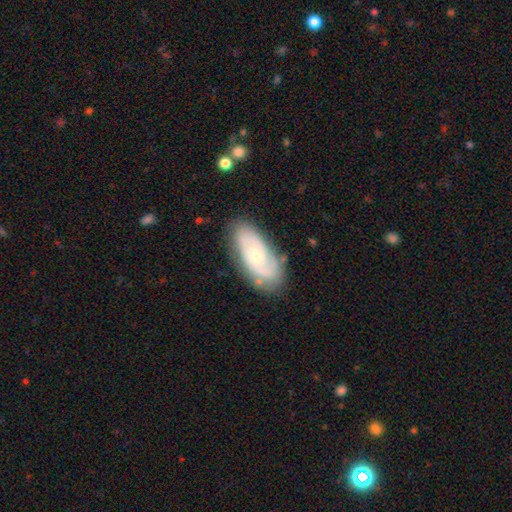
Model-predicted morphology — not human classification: Smooth or featured: featured or disk — 70% (smooth — 24%)
Edge-on disk: no — 94% (yes — 6%)
Bar: no — 70% (weak — 26%)
Spiral arms: yes — 90% (no — 10%)
Spiral winding: tight — 53% (medium — 36%)
Spiral arm count: 2 — 51% (can't tell — 29%)
Bulge size: small — 67% (moderate — 28%)
Merging: none — 75% (minor disturbance — 18%)